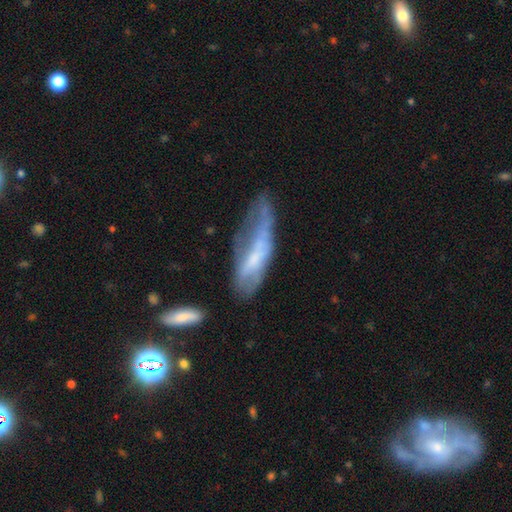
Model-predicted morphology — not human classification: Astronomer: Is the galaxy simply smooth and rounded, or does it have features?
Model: featured or disk — 47% (runner-up: smooth, 44%).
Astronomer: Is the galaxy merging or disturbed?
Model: major disturbance — 36% (runner-up: minor disturbance, 31%).